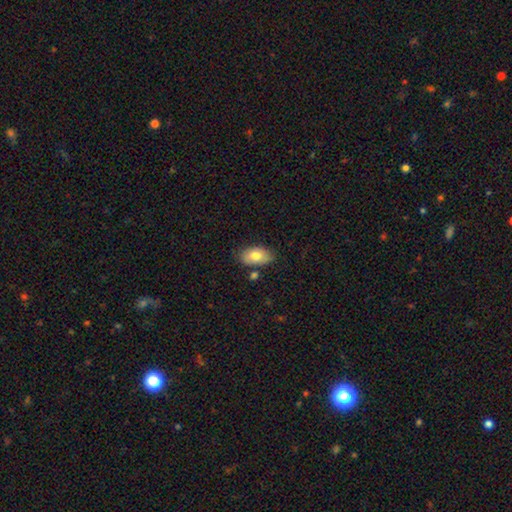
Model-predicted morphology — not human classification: Q: Smooth or featured?
A: smooth (74%); runner-up: featured or disk (19%)
Q: How rounded?
A: in between (92%); runner-up: round (6%)
Q: Merging?
A: none (74%); runner-up: minor disturbance (16%)